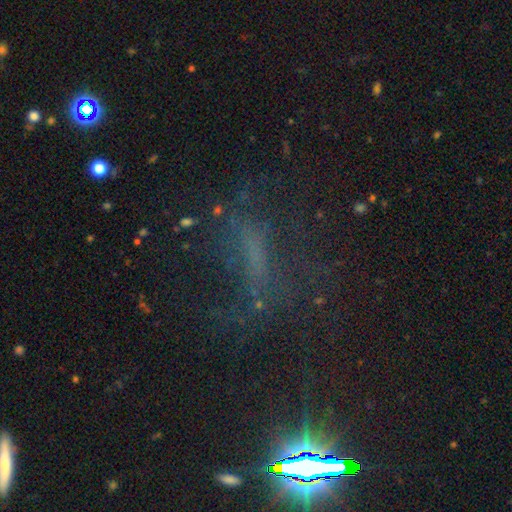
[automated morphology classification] Smooth or featured?
  - star or artifact: 35% *
  - smooth: 33%
  - featured or disk: 32%